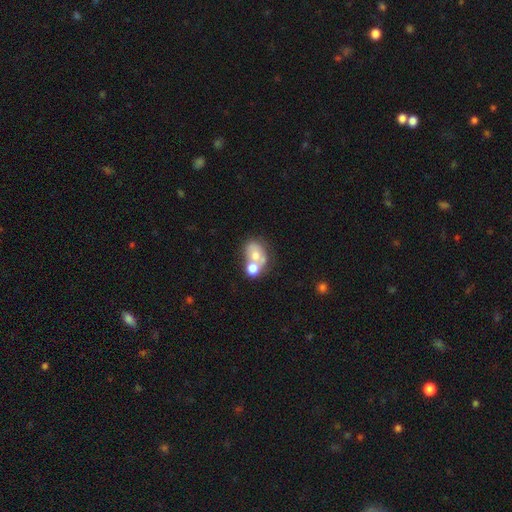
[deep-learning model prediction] smooth_or_featured: smooth (p=0.59) [alt: featured or disk p=0.30]
how_rounded: in between (p=0.58) [alt: round p=0.41]
merging: merger (p=0.60) [alt: none p=0.23]